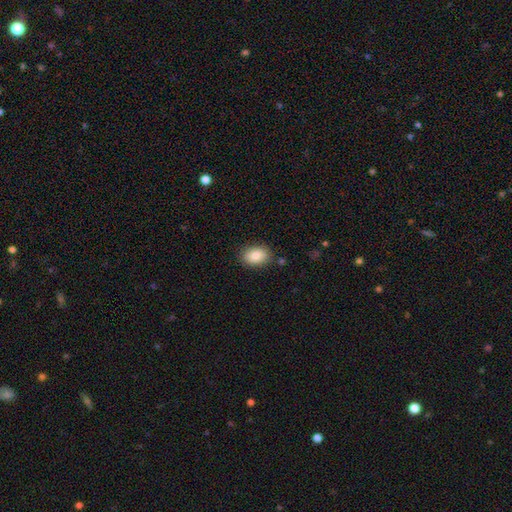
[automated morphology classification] Smooth or featured?
  - smooth: 86% *
  - star or artifact: 7%
  - featured or disk: 7%
How rounded?
  - in between: 86% *
  - round: 13%
  - cigar-shaped: 1%
Merging?
  - none: 85% *
  - minor disturbance: 11%
  - major disturbance: 3%
  - merger: 2%